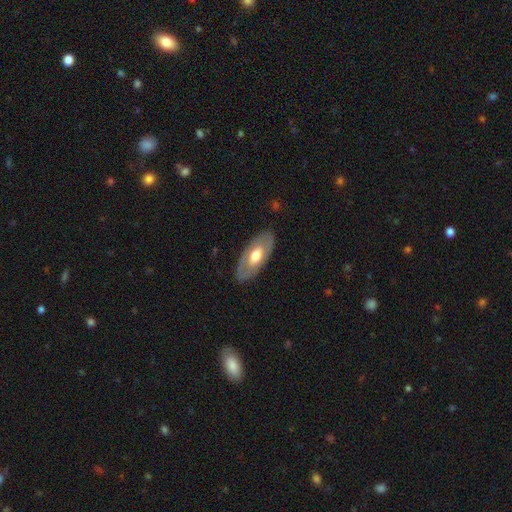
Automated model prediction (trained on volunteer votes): A featured or disk galaxy (54%). Merging: none (84%).